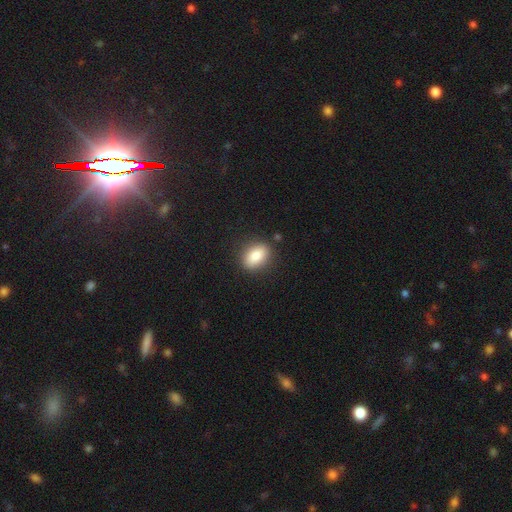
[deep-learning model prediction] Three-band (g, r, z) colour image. It shows a smooth galaxy with no disk features (84%) that is in between round and cigar-shaped (80%). Merging: none (86%).